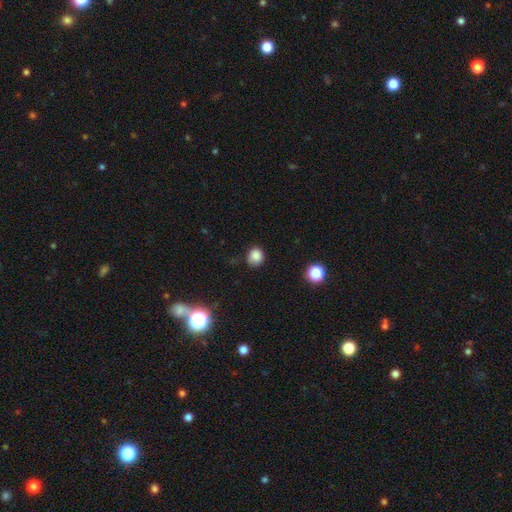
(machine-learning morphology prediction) This is clearly a smooth galaxy (84%). How rounded: likely round (73%). Merging: likely none (76%).